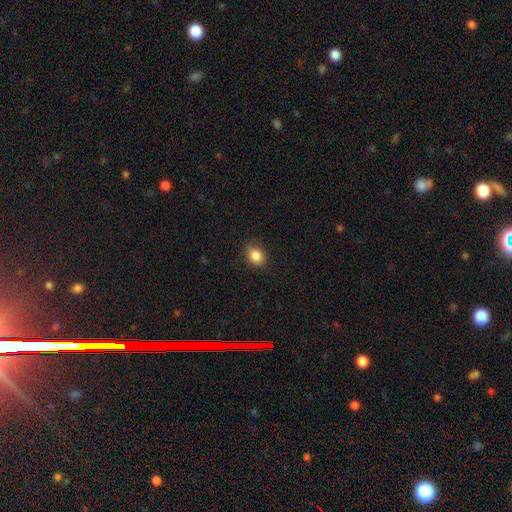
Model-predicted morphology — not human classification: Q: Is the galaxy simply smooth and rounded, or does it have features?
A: smooth — 86%.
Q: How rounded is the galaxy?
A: round — 56%.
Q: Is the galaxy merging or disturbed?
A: none — 78%.